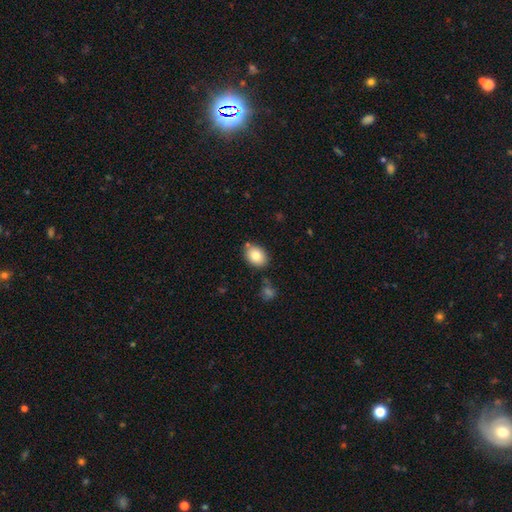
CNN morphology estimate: This is clearly a smooth galaxy (81%). How rounded: likely in between (72%). Merging: likely none (78%).